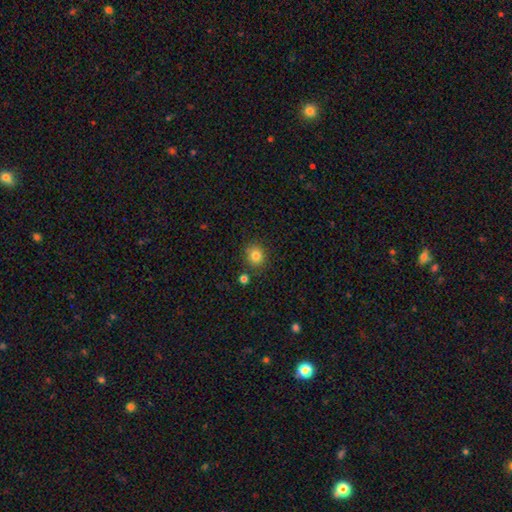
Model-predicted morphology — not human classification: This is clearly a smooth galaxy (83%). How rounded: clearly round (81%). Merging: clearly none (83%).